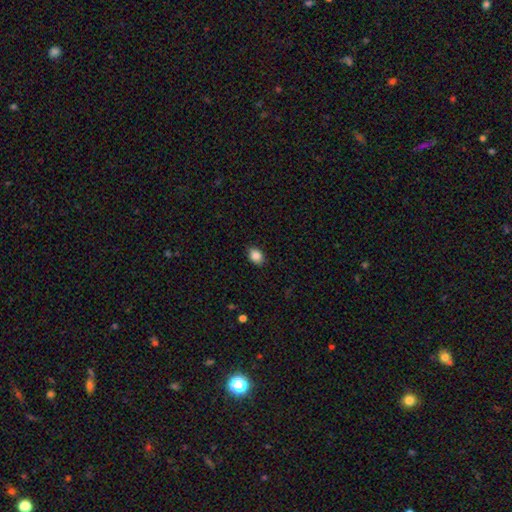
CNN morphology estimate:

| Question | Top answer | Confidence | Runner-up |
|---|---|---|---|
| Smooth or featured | smooth | 87% | star or artifact (9%) |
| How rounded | in between | 69% | round (30%) |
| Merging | none | 87% | minor disturbance (10%) |